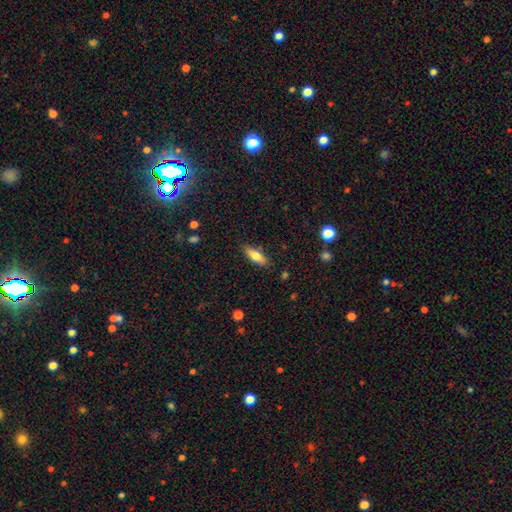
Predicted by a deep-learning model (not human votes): Smooth or featured? smooth (73%)
How rounded? in between (59%)
Merging? none (86%)